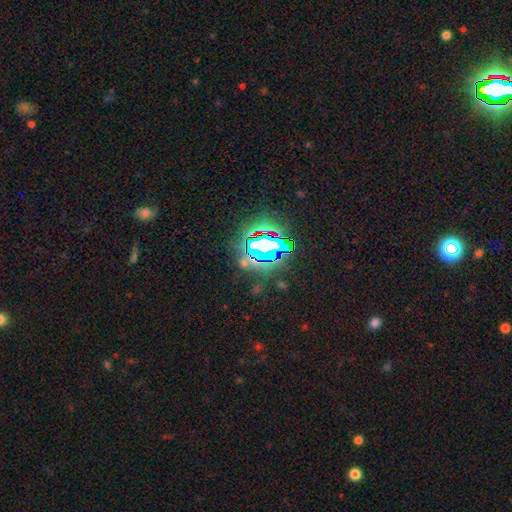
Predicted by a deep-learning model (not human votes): Smooth or featured? Predicted: star or artifact (p=0.74).